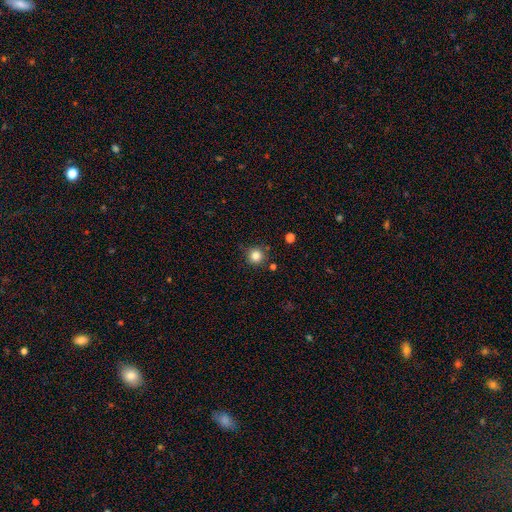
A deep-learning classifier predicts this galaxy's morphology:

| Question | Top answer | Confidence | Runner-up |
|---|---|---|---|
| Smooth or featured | smooth | 83% | star or artifact (12%) |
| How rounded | round | 94% | in between (5%) |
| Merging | none | 84% | minor disturbance (10%) |